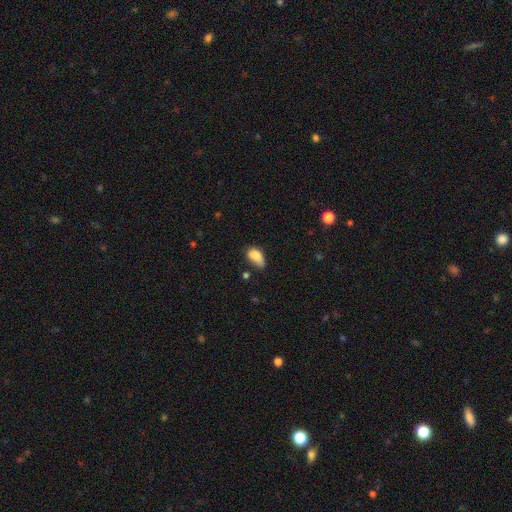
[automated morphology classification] Overall: smooth (82%). How rounded: in between (91%). Merging: none (41%, tied with minor disturbance).